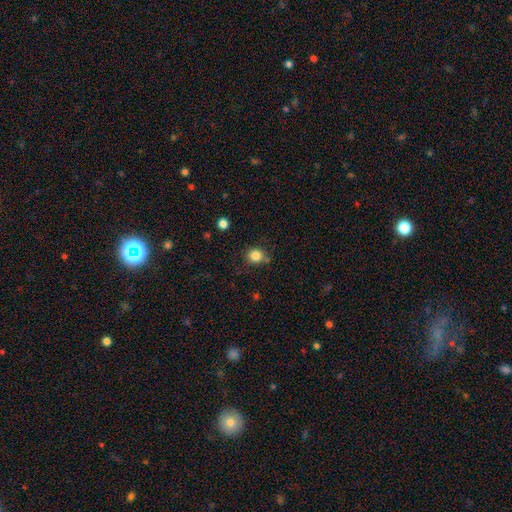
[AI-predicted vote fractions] smooth_or_featured: smooth (p=0.84) [alt: star or artifact p=0.11]
how_rounded: round (p=0.84) [alt: in between p=0.15]
merging: none (p=0.76) [alt: minor disturbance p=0.15]